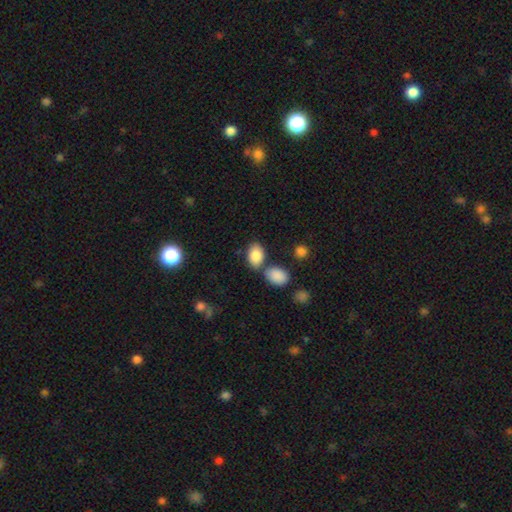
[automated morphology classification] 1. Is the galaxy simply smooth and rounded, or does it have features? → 86% smooth, 7% star or artifact, 7% featured or disk.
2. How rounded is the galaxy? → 88% in between, 11% round, 1% cigar-shaped.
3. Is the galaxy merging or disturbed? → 64% none, 20% merger, 13% minor disturbance, 4% major disturbance.